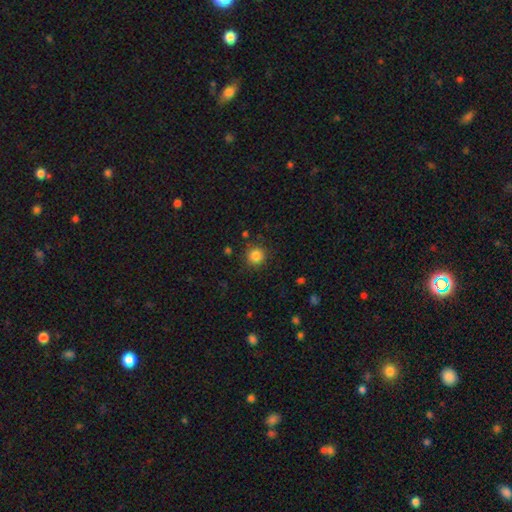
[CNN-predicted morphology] smooth-or-featured: smooth: 84% | star or artifact: 11% | featured or disk: 4%
  how-rounded: round: 94% | in between: 5% | cigar-shaped: 1%
  merging: none: 88% | minor disturbance: 8% | major disturbance: 3% | merger: 2%